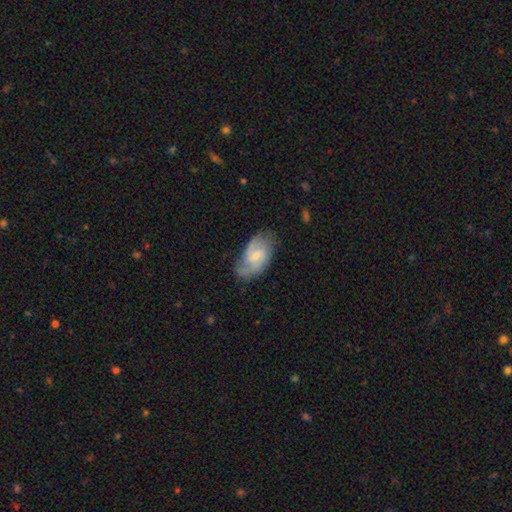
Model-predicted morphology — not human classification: smooth_or_featured: featured or disk (p=0.72) [alt: smooth p=0.22]
disk_edge_on: no (p=0.97) [alt: yes p=0.03]
bar: weak (p=0.57) [alt: no p=0.33]
has_spiral_arms: yes (p=0.93) [alt: no p=0.07]
spiral_winding: medium (p=0.50) [alt: loose p=0.25]
spiral_arm_count: 2 (p=0.72) [alt: can't tell p=0.13]
bulge_size: small (p=0.54) [alt: moderate p=0.28]
merging: none (p=0.67) [alt: minor disturbance p=0.23]